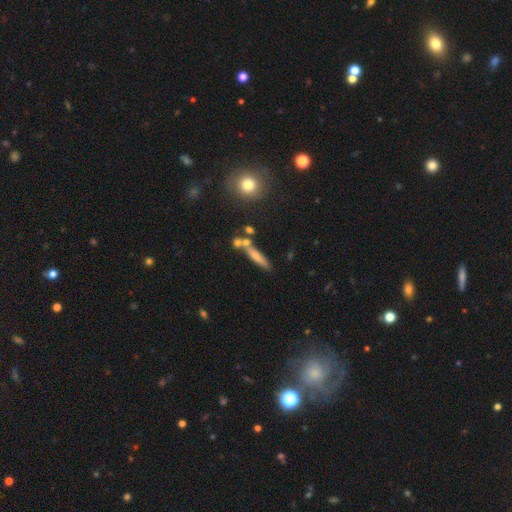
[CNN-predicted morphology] Smooth or featured? Predicted: smooth (p=0.57). How rounded? Predicted: cigar-shaped (p=0.84). Merging? Predicted: none (p=0.64).